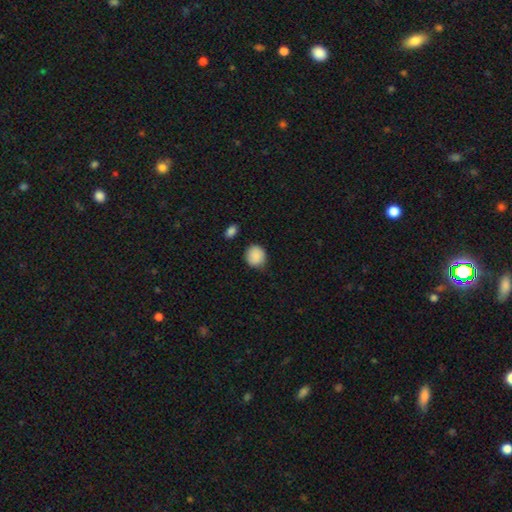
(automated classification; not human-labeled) smooth 89%, star or artifact 8%, featured or disk 3%. Down the decision tree: how rounded — round (80%); merging — none (82%).